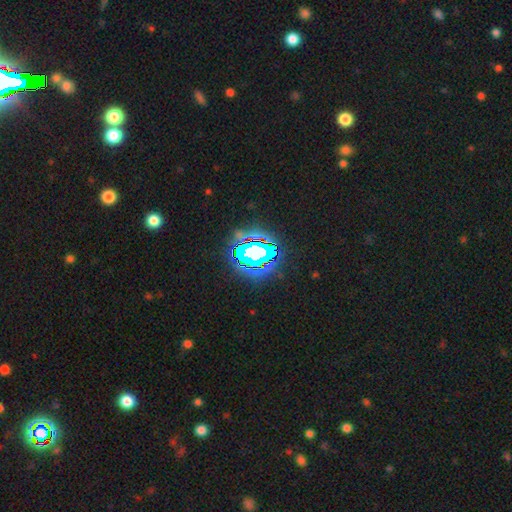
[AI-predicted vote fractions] A star or artifact, not a galaxy (78%).

Vote fractions:
- Smooth or featured? star or artifact: 78% / smooth: 13% / featured or disk: 8%